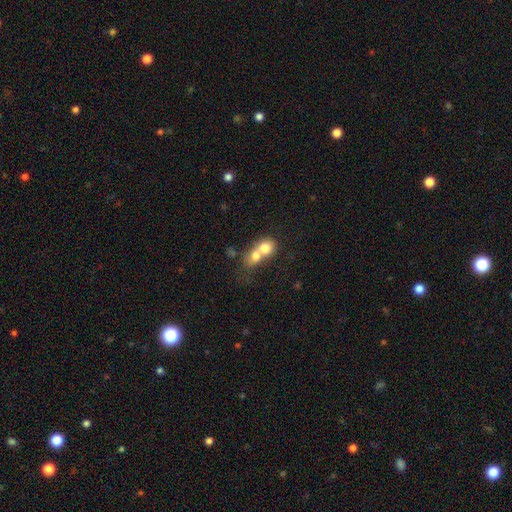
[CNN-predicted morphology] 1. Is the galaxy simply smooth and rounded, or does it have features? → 71% smooth, 20% featured or disk, 9% star or artifact.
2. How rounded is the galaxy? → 59% round, 40% in between, 2% cigar-shaped.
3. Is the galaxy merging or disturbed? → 76% merger, 16% none, 5% minor disturbance, 3% major disturbance.